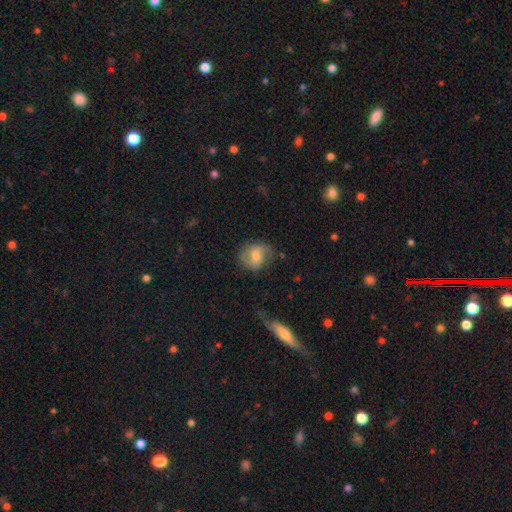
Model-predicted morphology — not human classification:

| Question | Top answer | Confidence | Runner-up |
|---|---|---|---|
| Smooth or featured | featured or disk | 51% | smooth (41%) |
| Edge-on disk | no | 97% | yes (3%) |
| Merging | none | 68% | minor disturbance (21%) |